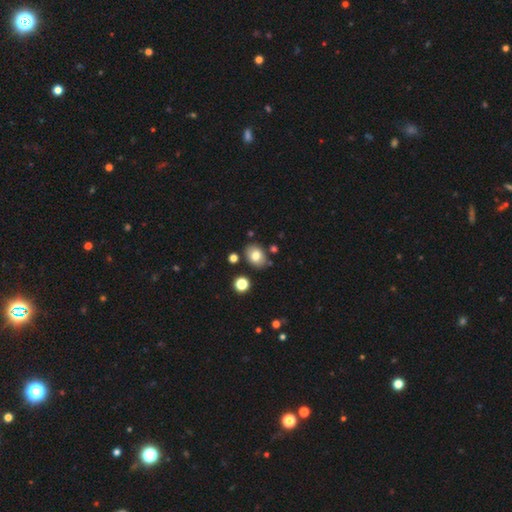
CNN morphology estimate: type=smooth (76%); roundness=in between (68%); merging=none (79%).